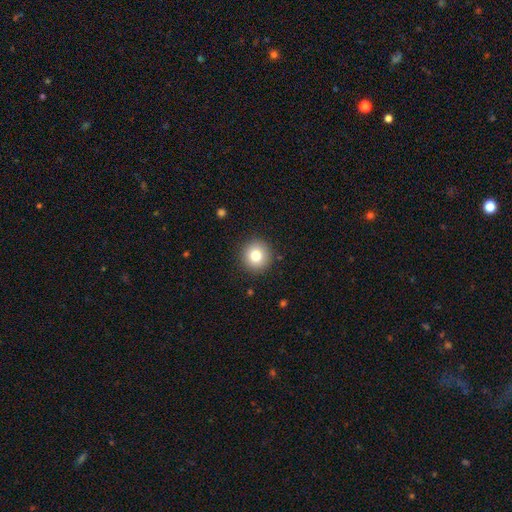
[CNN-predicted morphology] type=smooth (79%); roundness=round (94%); merging=none (91%).